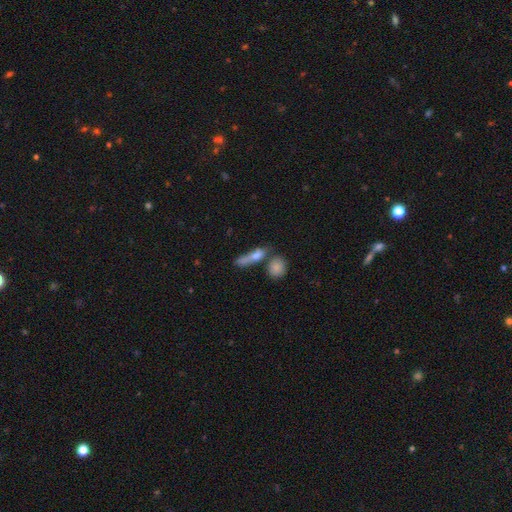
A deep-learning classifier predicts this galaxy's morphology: Q: Smooth or featured?
A: smooth (67%); runner-up: featured or disk (22%)
Q: How rounded?
A: cigar-shaped (49%); runner-up: in between (39%)
Q: Merging?
A: none (42%); runner-up: merger (34%)